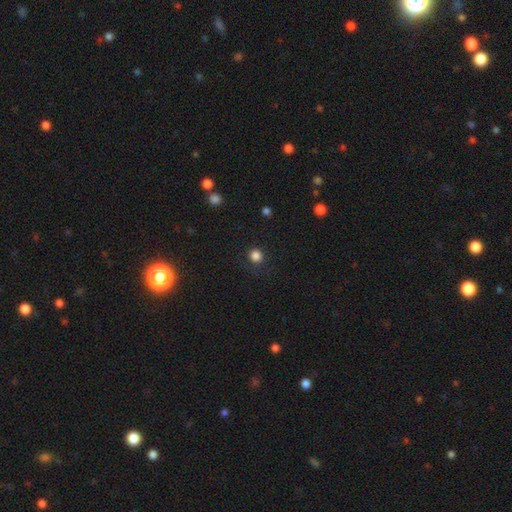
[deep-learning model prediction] Smooth or featured?
  - smooth: 84% *
  - star or artifact: 12%
  - featured or disk: 4%
How rounded?
  - round: 88% *
  - in between: 11%
  - cigar-shaped: 1%
Merging?
  - none: 87% *
  - minor disturbance: 9%
  - major disturbance: 3%
  - merger: 1%